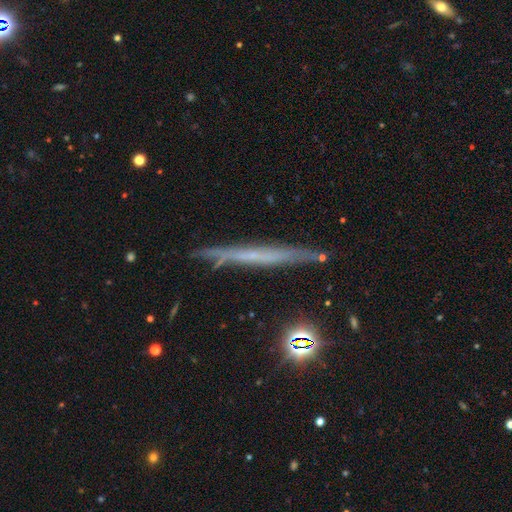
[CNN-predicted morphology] This is possibly a featured or disk galaxy (58%). It is clearly viewed edge-on (94%). Edge-on bulge: clearly none (87%). Merging: clearly none (85%).